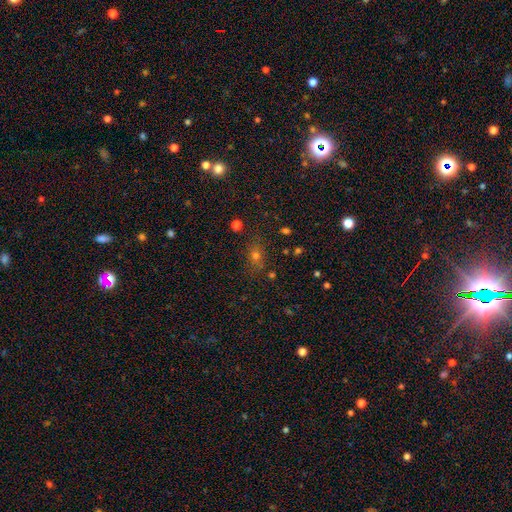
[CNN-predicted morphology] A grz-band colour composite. It shows a smooth galaxy with no disk features (62%) that is in between round and cigar-shaped (49%). Merging: none (80%).